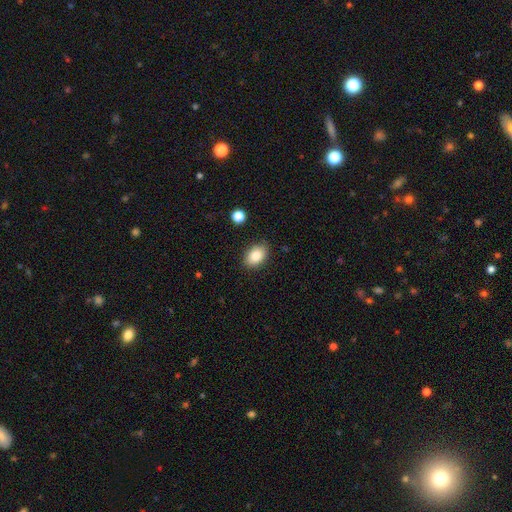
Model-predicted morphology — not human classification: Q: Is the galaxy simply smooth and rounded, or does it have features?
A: smooth — 85%.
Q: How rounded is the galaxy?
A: in between — 85%.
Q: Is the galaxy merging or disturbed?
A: none — 85%.